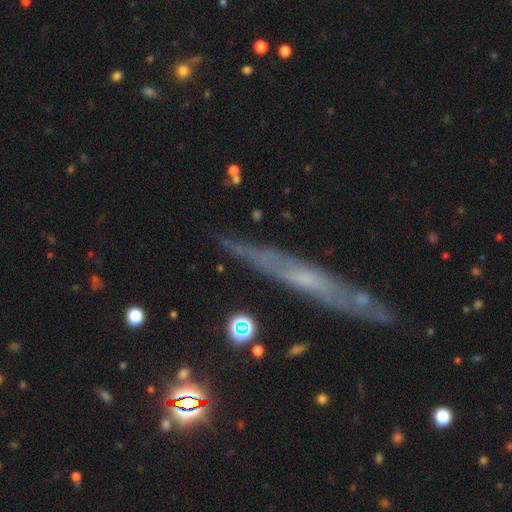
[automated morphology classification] Smooth or featured?
  - featured or disk: 63% *
  - smooth: 26%
  - star or artifact: 11%
Edge-on disk?
  - yes: 84% *
  - no: 16%
Edge-on bulge?
  - none: 71% *
  - rounded: 23%
  - boxy: 6%
Merging?
  - none: 84% *
  - minor disturbance: 12%
  - major disturbance: 3%
  - merger: 2%